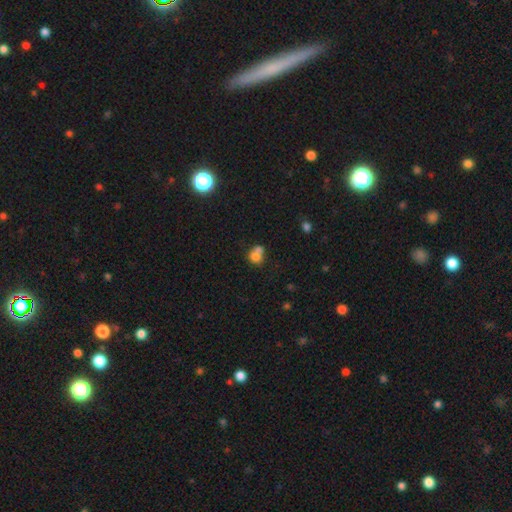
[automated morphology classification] Smooth or featured? Predicted: smooth (p=0.73). How rounded? Predicted: round (p=0.66). Merging? Predicted: merger (p=0.59).